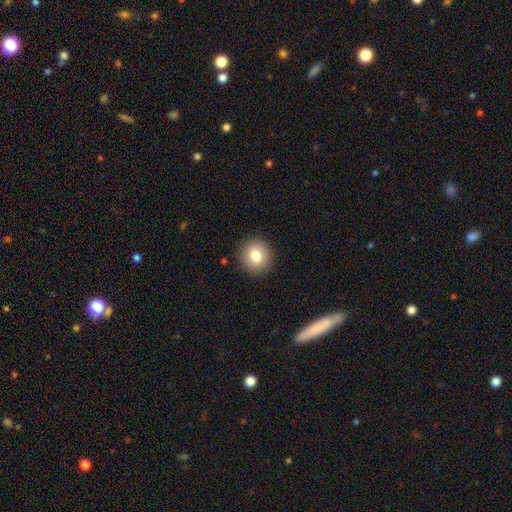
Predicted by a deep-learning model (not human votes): Morphology: type=smooth (81%); roundness=round (88%); merging=none (91%).